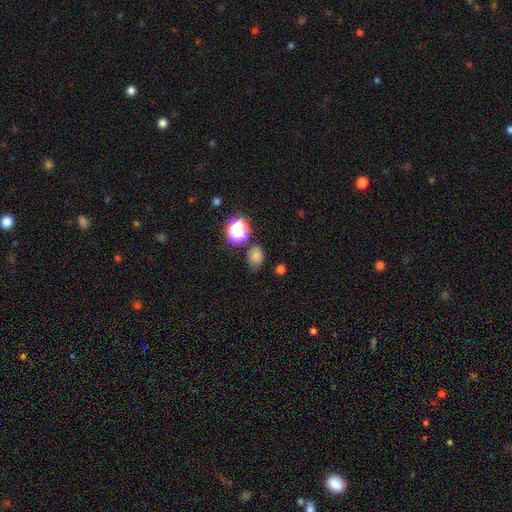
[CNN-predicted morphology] Q: Smooth or featured?
A: smooth (75%); runner-up: star or artifact (19%)
Q: How rounded?
A: in between (56%); runner-up: round (43%)
Q: Merging?
A: none (68%); runner-up: minor disturbance (21%)